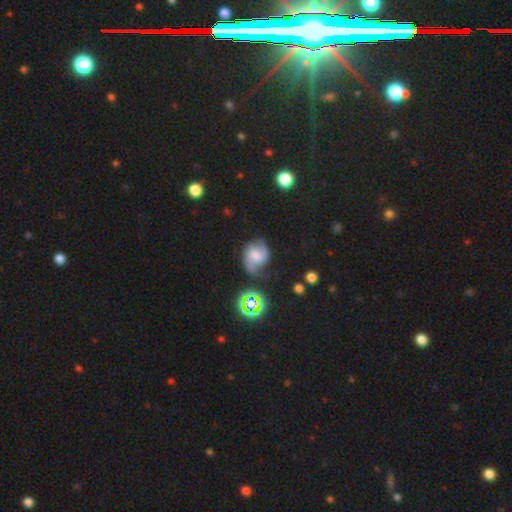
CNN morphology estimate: Smooth or featured?
  - featured or disk: 67% *
  - smooth: 20%
  - star or artifact: 13%
Edge-on disk?
  - no: 98% *
  - yes: 2%
Bar?
  - weak: 50% *
  - no: 30%
  - strong: 20%
Spiral arms?
  - yes: 93% *
  - no: 7%
Spiral winding?
  - medium: 48% *
  - loose: 33%
  - tight: 19%
Spiral arm count?
  - 2: 86% *
  - can't tell: 6%
  - 1: 4%
  - 3: 2%
  - 4: 1%
  - more than 4: 1%
Bulge size?
  - none: 31% *
  - moderate: 29%
  - small: 24%
  - large: 14%
  - dominant: 3%
Merging?
  - none: 57% *
  - minor disturbance: 23%
  - major disturbance: 13%
  - merger: 7%